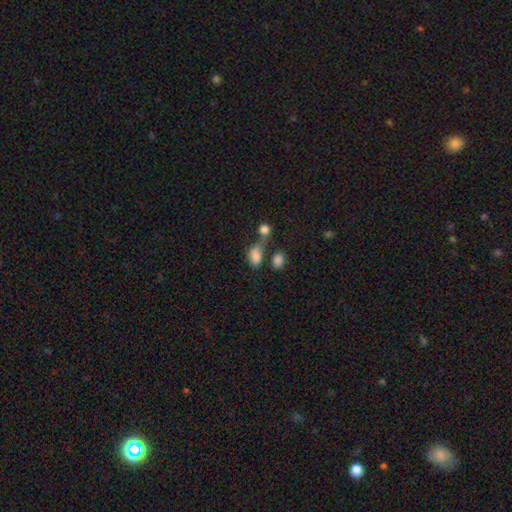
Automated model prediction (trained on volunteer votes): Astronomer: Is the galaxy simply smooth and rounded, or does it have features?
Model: smooth — 79%.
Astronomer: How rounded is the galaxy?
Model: in between — 81%.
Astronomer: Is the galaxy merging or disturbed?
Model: merger — 41% (runner-up: none, 31%).